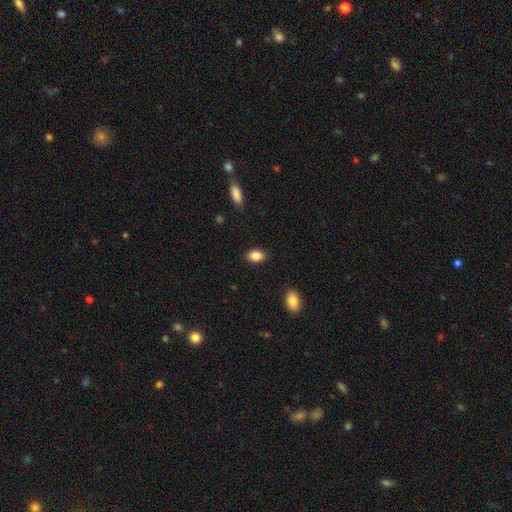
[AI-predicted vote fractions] A smooth galaxy with no disk features (88%) that is in between round and cigar-shaped (82%).

Vote fractions:
- Smooth or featured? smooth: 88% / star or artifact: 8% / featured or disk: 4%
- How rounded? in between: 82% / round: 16% / cigar-shaped: 2%
- Merging? none: 87% / minor disturbance: 9% / major disturbance: 2% / merger: 1%